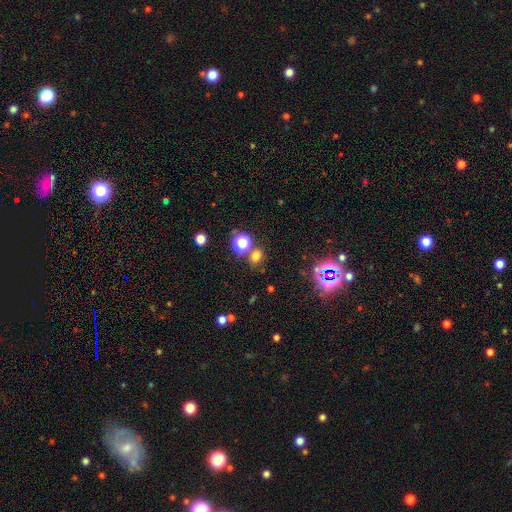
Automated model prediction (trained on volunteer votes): Overall: smooth (65%; star or artifact 29%). How rounded: round (55%; in between 44%). Merging: none (76%).